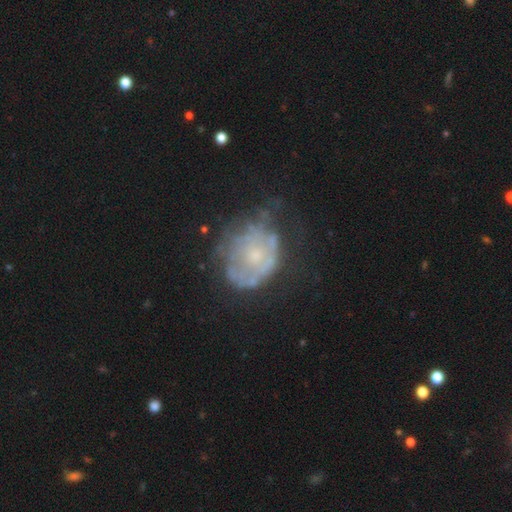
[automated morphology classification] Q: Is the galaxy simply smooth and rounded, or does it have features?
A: featured or disk — 59%.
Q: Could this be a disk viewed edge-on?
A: no — 97%.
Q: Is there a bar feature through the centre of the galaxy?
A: no — 87%.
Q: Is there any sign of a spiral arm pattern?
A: no — 67%.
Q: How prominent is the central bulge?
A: small — 47%.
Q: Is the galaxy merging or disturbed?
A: none — 47%.